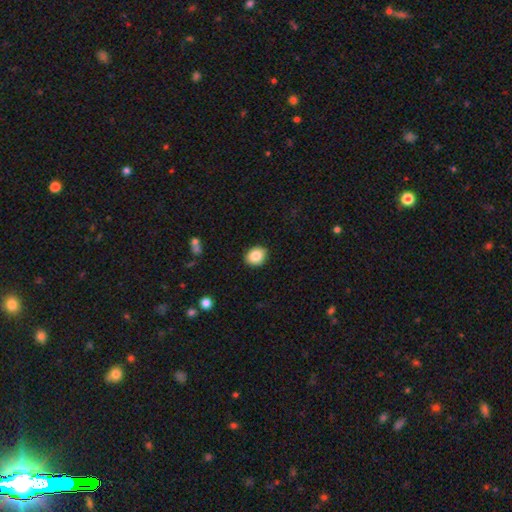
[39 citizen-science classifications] Smooth or featured? 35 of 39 (90%) said smooth. How rounded? 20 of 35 (57%) said in between. Merging? 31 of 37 (84%) said none.